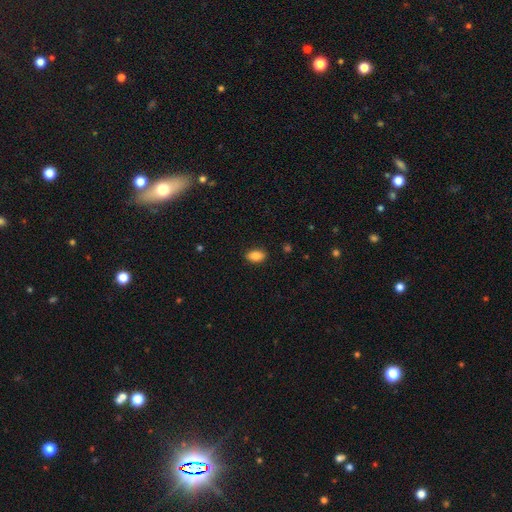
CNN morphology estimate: A smooth galaxy with no disk features (87%) that is in between round and cigar-shaped (91%). Merging: none (88%).